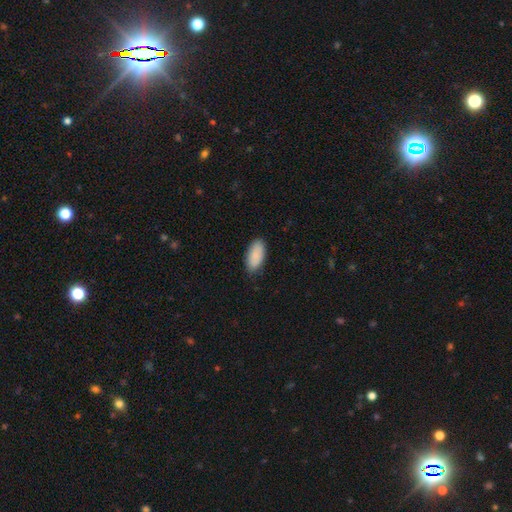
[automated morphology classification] smooth-or-featured: smooth: 89% | star or artifact: 6% | featured or disk: 5%
  how-rounded: in between: 92% | cigar-shaped: 6% | round: 2%
  merging: none: 83% | minor disturbance: 14% | major disturbance: 2% | merger: 1%